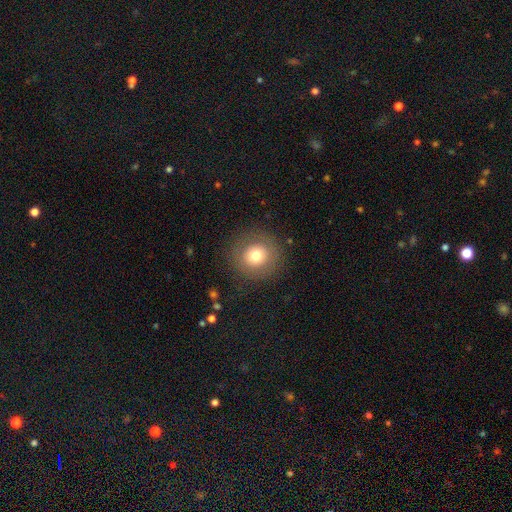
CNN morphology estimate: smooth-or-featured: smooth: 74% | featured or disk: 14% | star or artifact: 12%
  how-rounded: round: 94% | in between: 5% | cigar-shaped: 1%
  merging: none: 87% | minor disturbance: 8% | major disturbance: 4% | merger: 1%